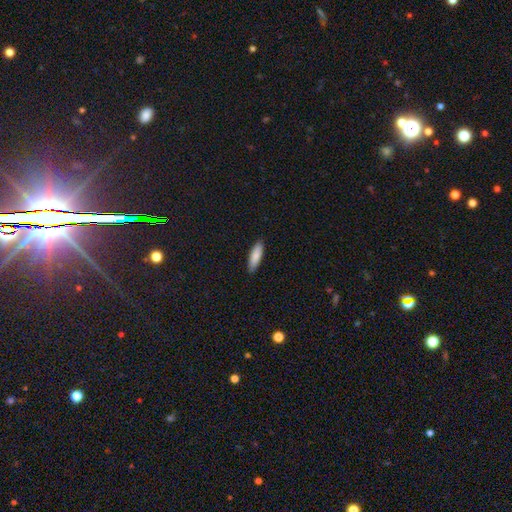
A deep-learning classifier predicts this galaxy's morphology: A smooth galaxy with no disk features (86%) that is cigar-shaped (57%). Merging: none (89%).